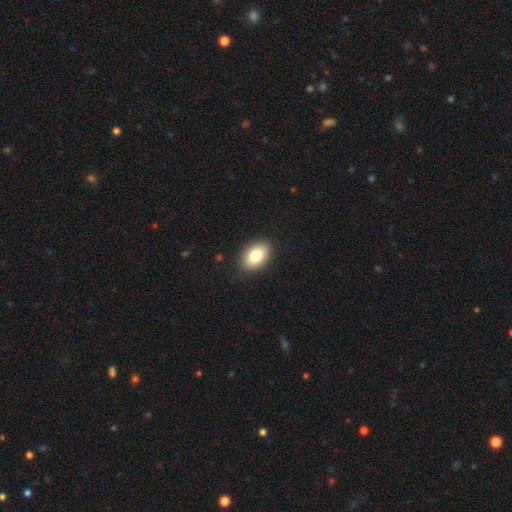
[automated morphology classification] Smooth or featured?
  - smooth: 82% *
  - featured or disk: 10%
  - star or artifact: 8%
How rounded?
  - in between: 87% *
  - round: 12%
  - cigar-shaped: 1%
Merging?
  - none: 87% *
  - minor disturbance: 10%
  - major disturbance: 2%
  - merger: 1%